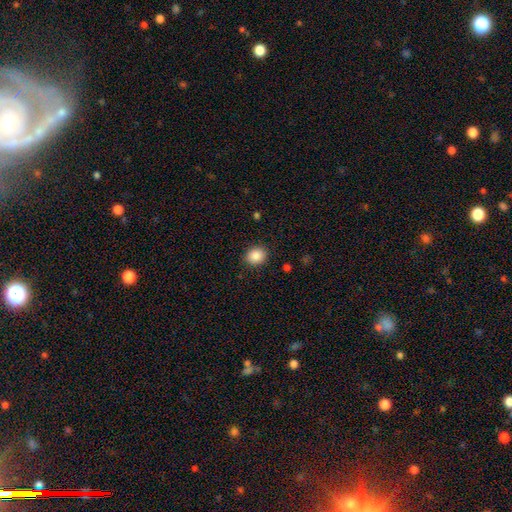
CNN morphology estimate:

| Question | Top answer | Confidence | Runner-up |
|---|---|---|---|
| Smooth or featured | smooth | 88% | star or artifact (8%) |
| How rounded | round | 62% | in between (37%) |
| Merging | none | 88% | minor disturbance (8%) |